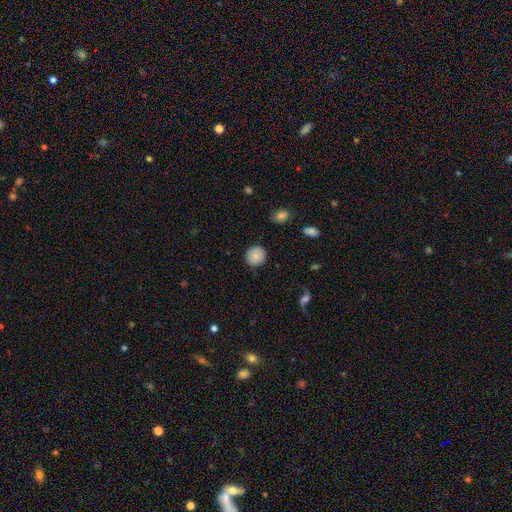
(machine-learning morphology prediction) type=smooth (86%); roundness=round (90%); merging=none (88%).